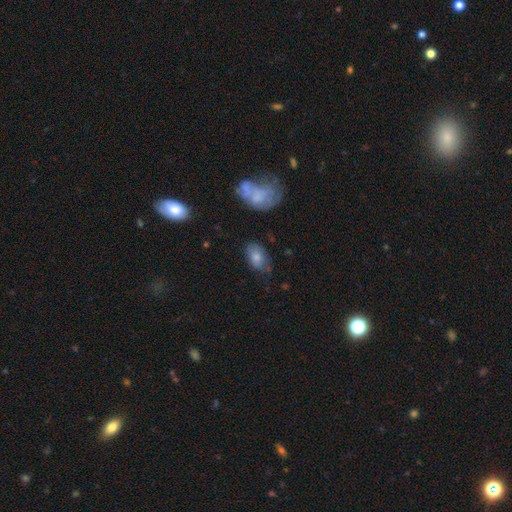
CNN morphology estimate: Overall: smooth (70%). How rounded: in between (85%). Merging: none (62%; minor disturbance 25%).